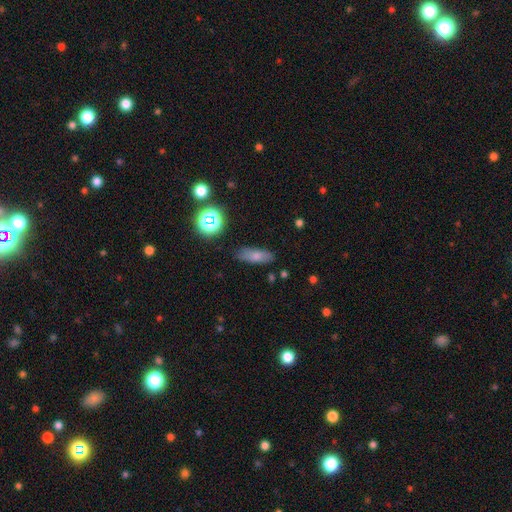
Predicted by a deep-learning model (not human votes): This is likely a smooth galaxy (74%). How rounded: likely in between (66%). Merging: clearly none (81%).